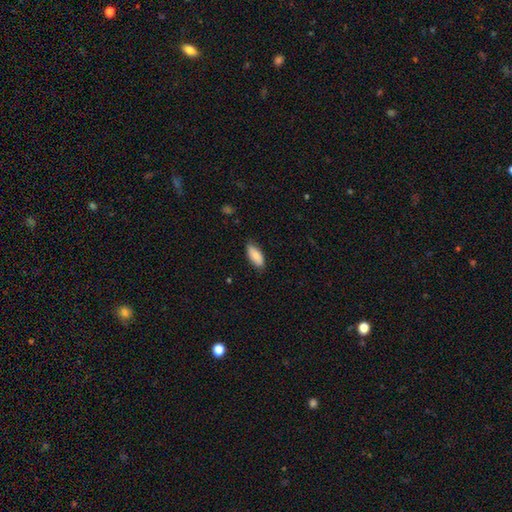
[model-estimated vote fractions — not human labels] Smooth or featured? Predicted: smooth (p=0.81). How rounded? Predicted: in between (p=0.87). Merging? Predicted: none (p=0.82).